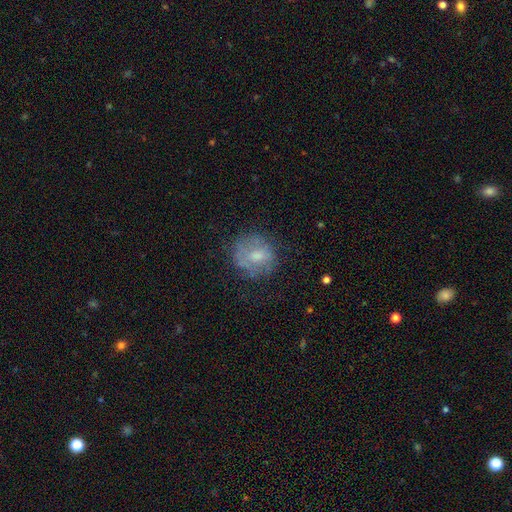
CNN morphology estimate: smooth-or-featured: smooth: 53% | featured or disk: 38% | star or artifact: 10%
  how-rounded: round: 78% | in between: 21% | cigar-shaped: 1%
  merging: none: 63% | minor disturbance: 22% | major disturbance: 13% | merger: 2%